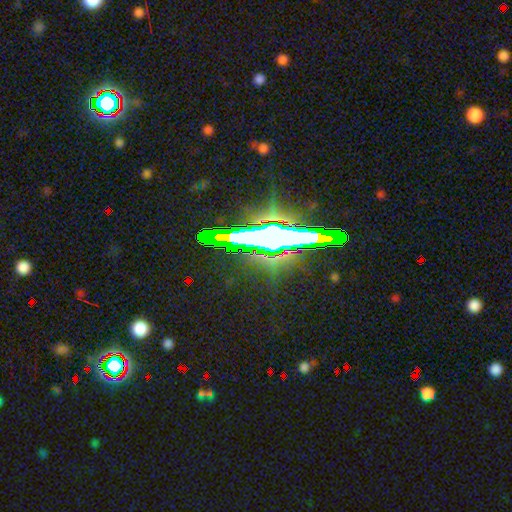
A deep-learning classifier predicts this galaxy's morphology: The model was most divided on "smooth or featured": star or artifact: 55%, featured or disk: 31%, smooth: 14%.